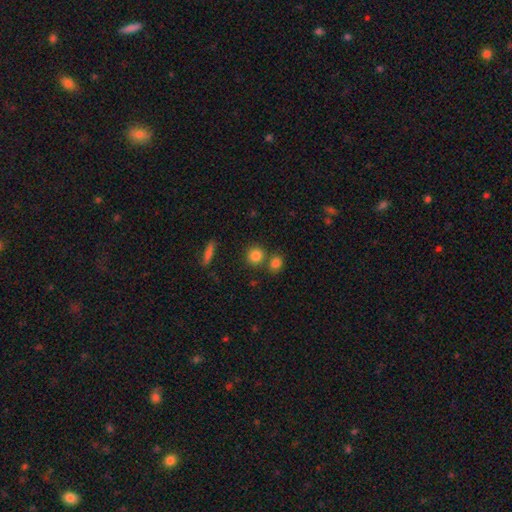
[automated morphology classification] A smooth galaxy with no disk features (83%) that is round (85%). Merging: none (67%).